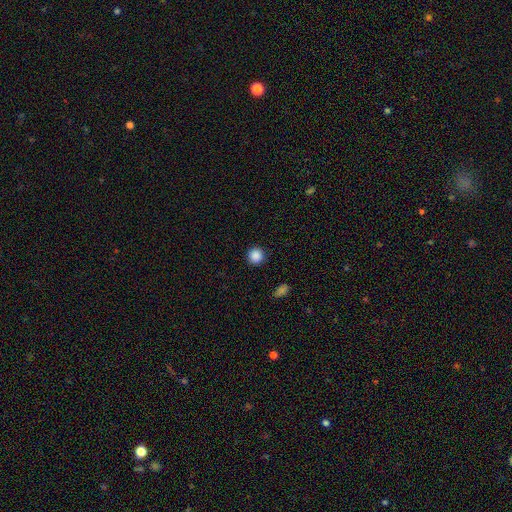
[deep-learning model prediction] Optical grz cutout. It shows a smooth galaxy with no disk features (87%) that is round (95%). Merging: none (91%).